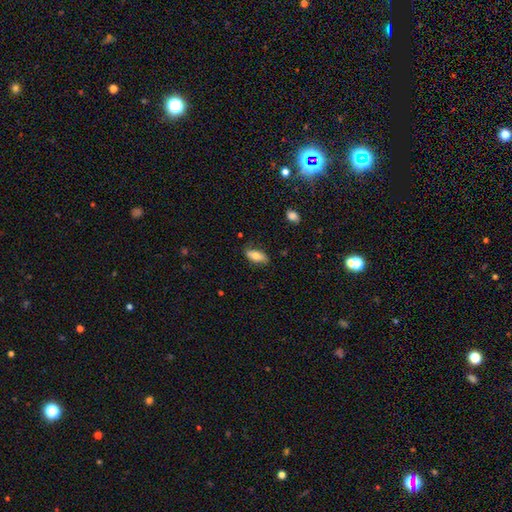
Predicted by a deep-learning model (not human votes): Smooth or featured: smooth — 71% (featured or disk — 23%)
How rounded: in between — 84% (cigar-shaped — 13%)
Merging: none — 78% (minor disturbance — 18%)